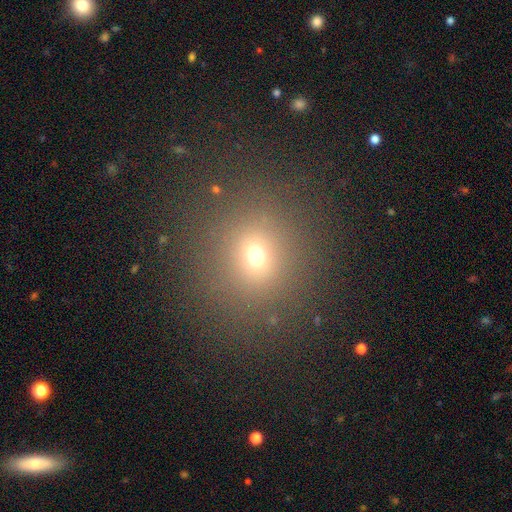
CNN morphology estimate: Overall: smooth (67%). How rounded: round (83%). Merging: none (83%).